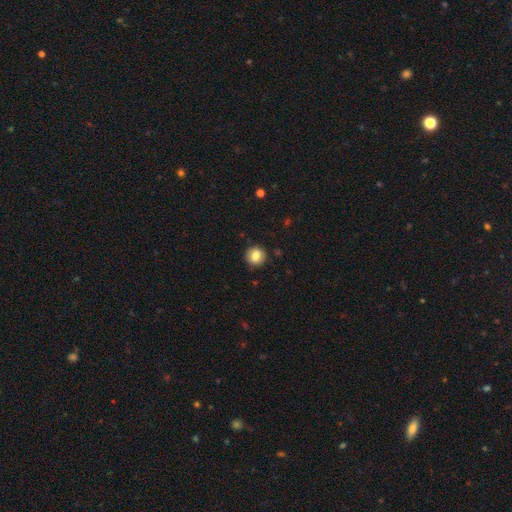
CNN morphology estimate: This is clearly a smooth galaxy (84%). How rounded: clearly round (89%). Merging: clearly none (89%).